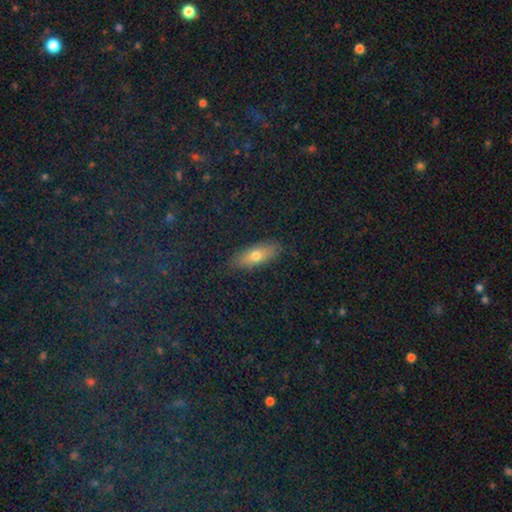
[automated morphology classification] Smooth or featured?
  - smooth: 67% *
  - featured or disk: 22%
  - star or artifact: 10%
How rounded?
  - in between: 67% *
  - cigar-shaped: 28%
  - round: 5%
Merging?
  - none: 87% *
  - minor disturbance: 9%
  - major disturbance: 2%
  - merger: 1%